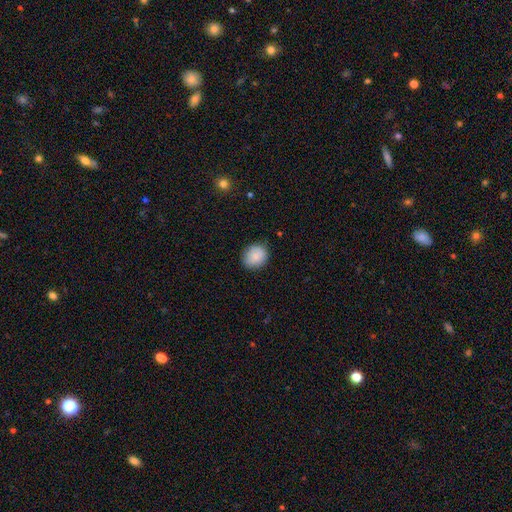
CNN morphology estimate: Smooth or featured?
  - smooth: 86% *
  - star or artifact: 7%
  - featured or disk: 7%
How rounded?
  - round: 69% *
  - in between: 30%
  - cigar-shaped: 1%
Merging?
  - none: 84% *
  - minor disturbance: 13%
  - major disturbance: 3%
  - merger: 1%